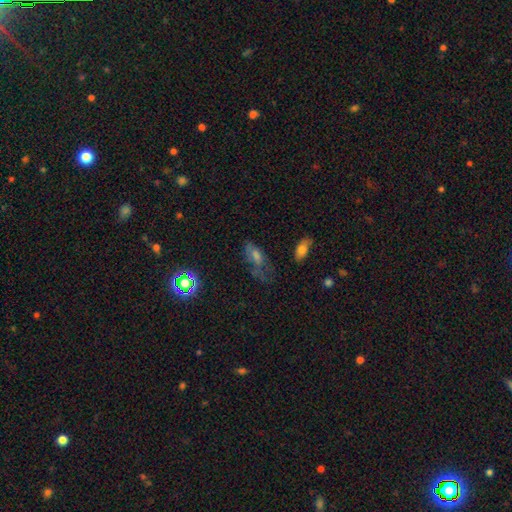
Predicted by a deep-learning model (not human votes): smooth 46%, featured or disk 29%, star or artifact 25%. Down the decision tree: merging — none (46%).